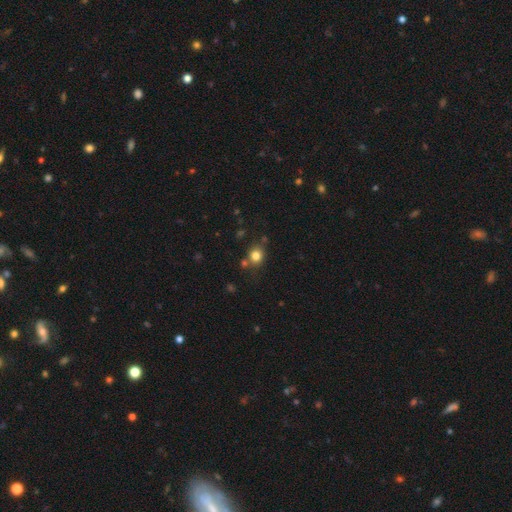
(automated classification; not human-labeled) Smooth or featured? smooth (80%)
How rounded? round (78%)
Merging? none (73%)